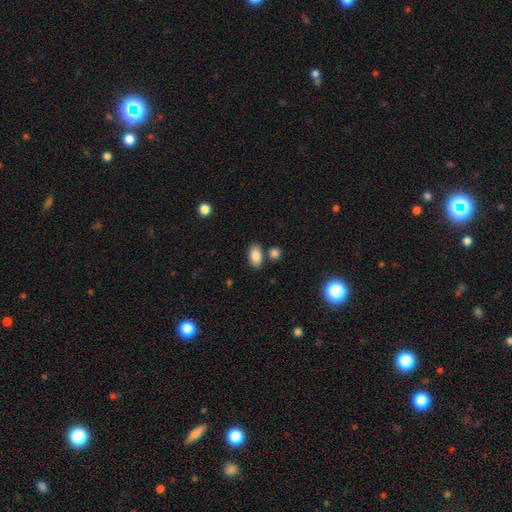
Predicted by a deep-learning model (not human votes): Smooth or featured? smooth (85%)
How rounded? in between (91%)
Merging? none (78%)